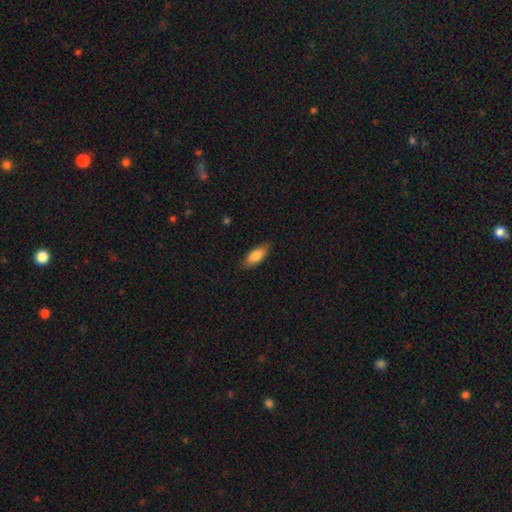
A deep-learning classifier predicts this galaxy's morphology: smooth_or_featured: smooth (p=0.79) [alt: featured or disk p=0.15]
how_rounded: in between (p=0.78) [alt: cigar-shaped p=0.20]
merging: none (p=0.82) [alt: minor disturbance p=0.14]